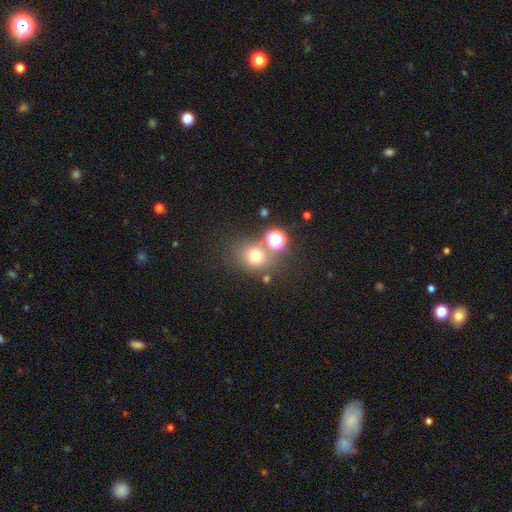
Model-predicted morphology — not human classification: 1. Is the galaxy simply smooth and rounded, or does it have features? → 69% smooth, 21% star or artifact, 10% featured or disk.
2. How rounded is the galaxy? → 76% round, 23% in between, 1% cigar-shaped.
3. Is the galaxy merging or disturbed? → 66% none, 17% merger, 11% minor disturbance, 5% major disturbance.